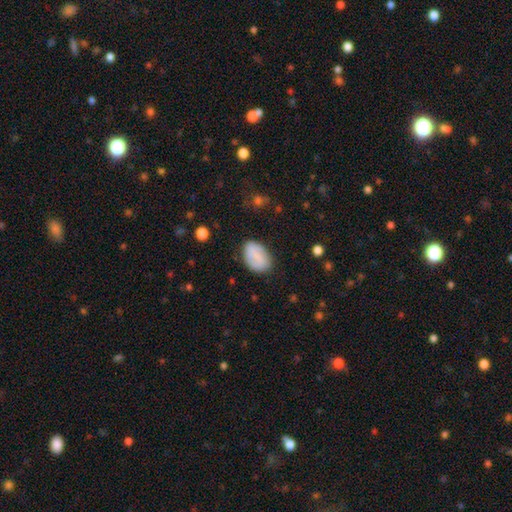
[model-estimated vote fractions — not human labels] smooth_or_featured: smooth (p=0.72) [alt: featured or disk p=0.20]
how_rounded: in between (p=0.88) [alt: round p=0.11]
merging: none (p=0.79) [alt: minor disturbance p=0.15]